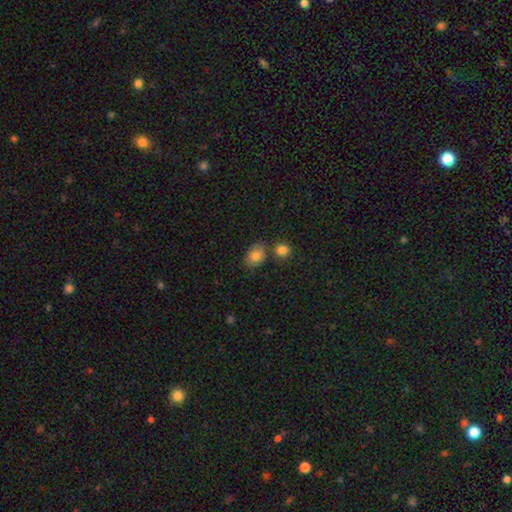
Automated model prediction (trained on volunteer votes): Smooth or featured: smooth — 82% (star or artifact — 9%)
How rounded: in between — 64% (round — 35%)
Merging: none — 67% (merger — 15%)